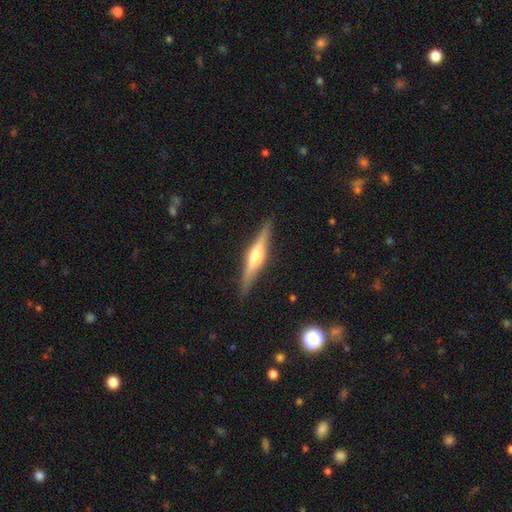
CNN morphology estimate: The model was most divided on "smooth or featured": featured or disk: 72%, smooth: 23%, star or artifact: 6%. More confident: edge-on disk — yes (97%); merging — none (89%); edge-on bulge — rounded (86%).